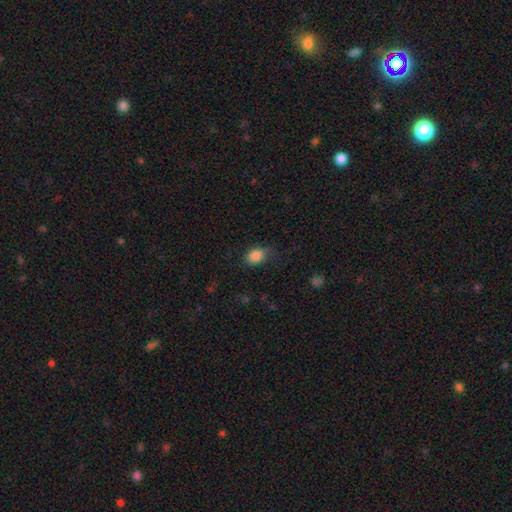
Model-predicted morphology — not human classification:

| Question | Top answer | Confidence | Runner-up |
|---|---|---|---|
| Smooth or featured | smooth | 86% | star or artifact (9%) |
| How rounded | in between | 69% | round (30%) |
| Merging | none | 68% | minor disturbance (24%) |